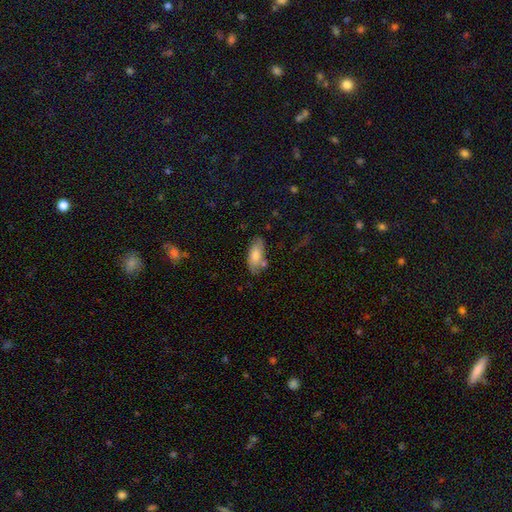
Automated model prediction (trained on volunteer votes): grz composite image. It shows a smooth galaxy with no disk features (79%) that is in between round and cigar-shaped (87%). Merging: none (62%).